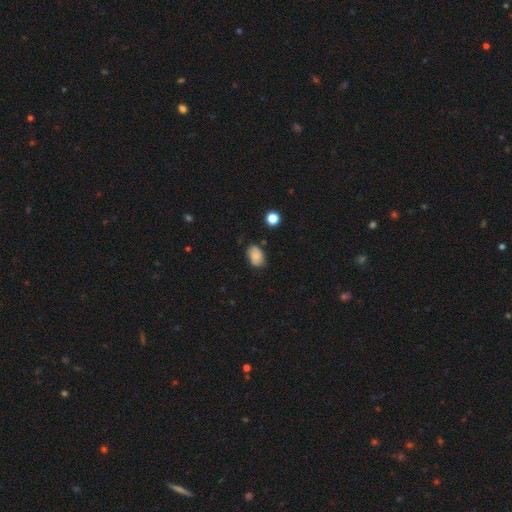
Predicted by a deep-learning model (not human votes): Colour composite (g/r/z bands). It shows a smooth galaxy with no disk features (80%) that is in between round and cigar-shaped (86%). Merging: none (75%).